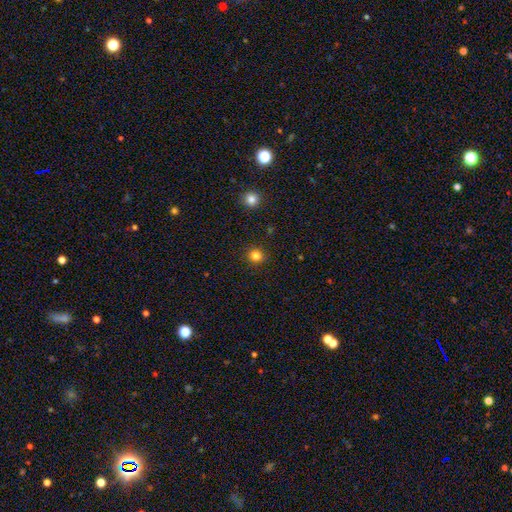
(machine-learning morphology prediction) Smooth or featured: smooth — 81% (star or artifact — 14%)
How rounded: round — 89% (in between — 10%)
Merging: none — 90% (minor disturbance — 6%)